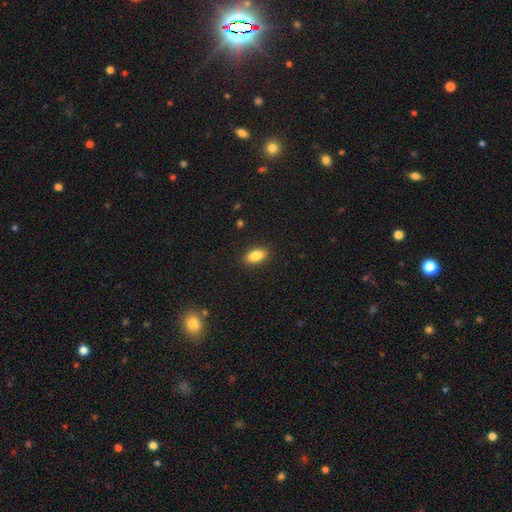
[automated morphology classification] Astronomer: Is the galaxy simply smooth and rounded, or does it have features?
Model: smooth — 84%.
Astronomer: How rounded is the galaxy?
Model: in between — 89%.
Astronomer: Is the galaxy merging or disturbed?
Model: none — 89%.